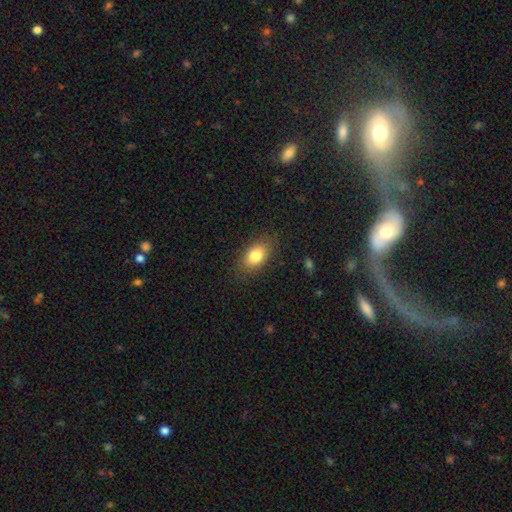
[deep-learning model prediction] Q: Smooth or featured?
A: smooth (81%); runner-up: featured or disk (10%)
Q: How rounded?
A: in between (86%); runner-up: round (12%)
Q: Merging?
A: none (84%); runner-up: minor disturbance (12%)